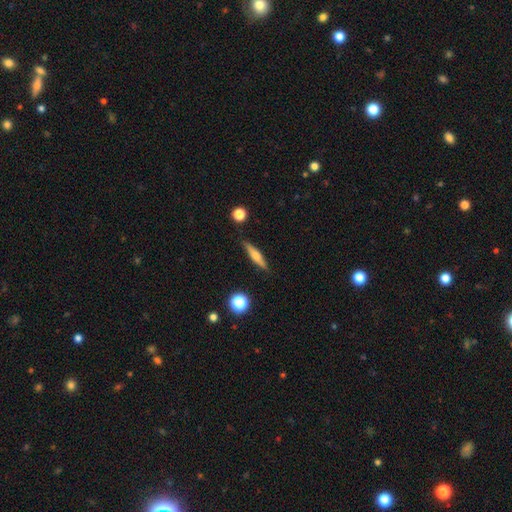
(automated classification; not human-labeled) smooth_or_featured: featured or disk (p=0.47) [alt: smooth p=0.46]
merging: none (p=0.87) [alt: minor disturbance p=0.09]